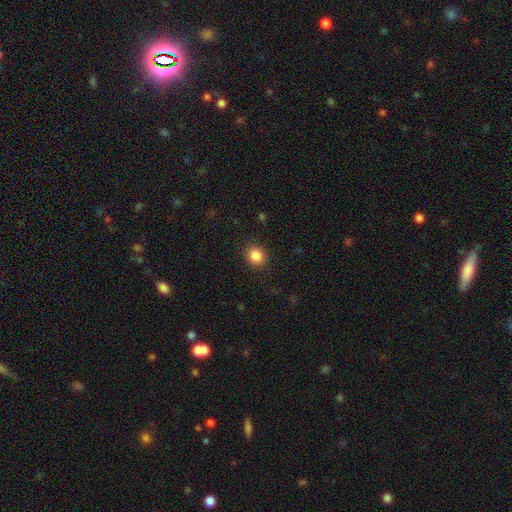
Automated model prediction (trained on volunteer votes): Overall: smooth (86%). How rounded: round (80%). Merging: none (89%).